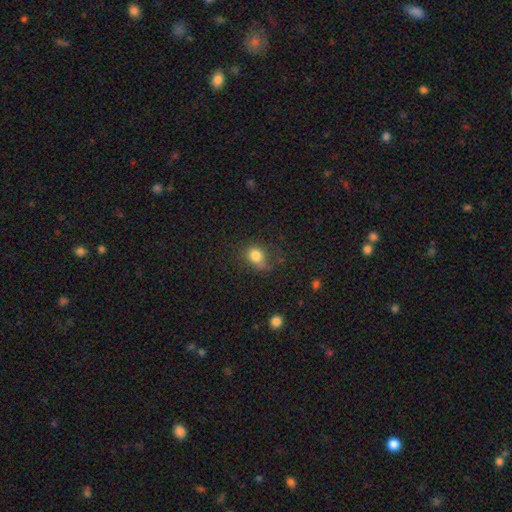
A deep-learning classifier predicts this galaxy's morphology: The model was most divided on "how rounded": round: 50%, in between: 49%, cigar-shaped: 1%. More confident: smooth or featured — smooth (81%); merging — none (60%).